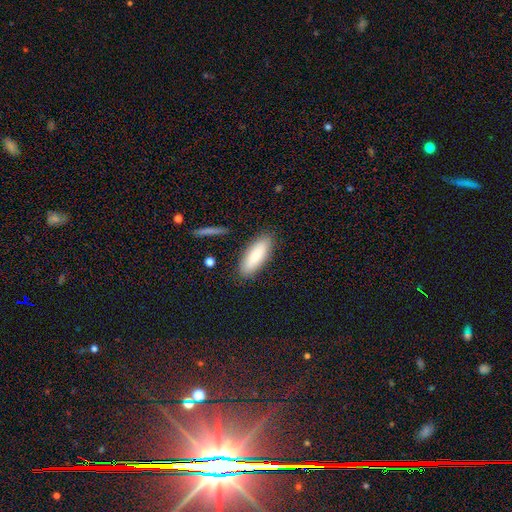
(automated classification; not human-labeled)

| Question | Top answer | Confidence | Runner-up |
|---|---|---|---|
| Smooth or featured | smooth | 84% | featured or disk (10%) |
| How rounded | in between | 68% | cigar-shaped (30%) |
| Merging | none | 84% | minor disturbance (11%) |